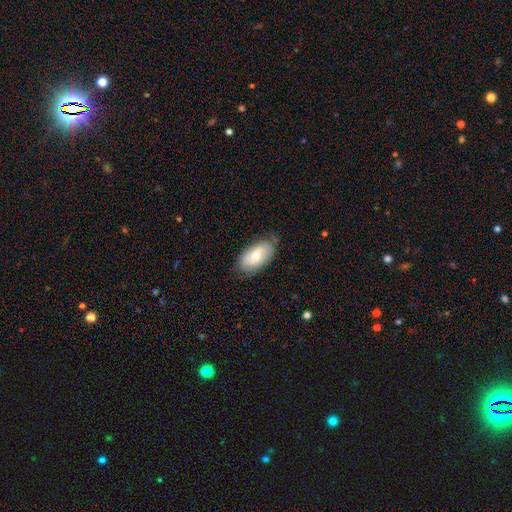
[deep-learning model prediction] Q: Smooth or featured?
A: smooth (67%); runner-up: featured or disk (27%)
Q: How rounded?
A: in between (93%); runner-up: round (4%)
Q: Merging?
A: none (73%); runner-up: minor disturbance (21%)